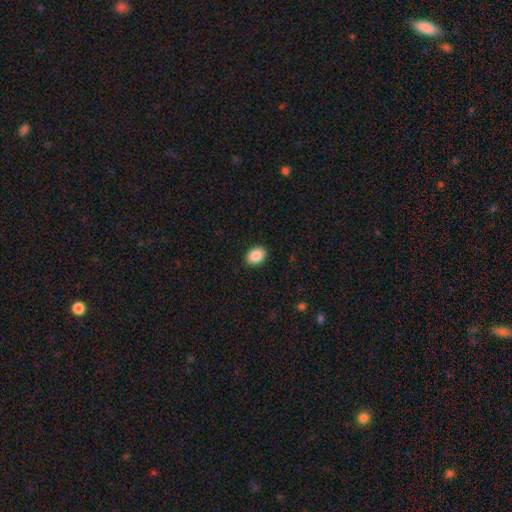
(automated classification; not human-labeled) Smooth or featured: smooth — 88% (star or artifact — 8%)
How rounded: in between — 71% (round — 28%)
Merging: none — 91% (minor disturbance — 7%)